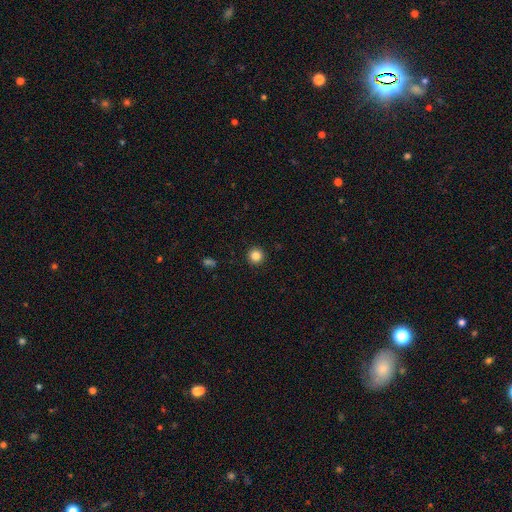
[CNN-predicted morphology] A smooth galaxy with no disk features (84%) that is round (96%). Merging: none (93%).